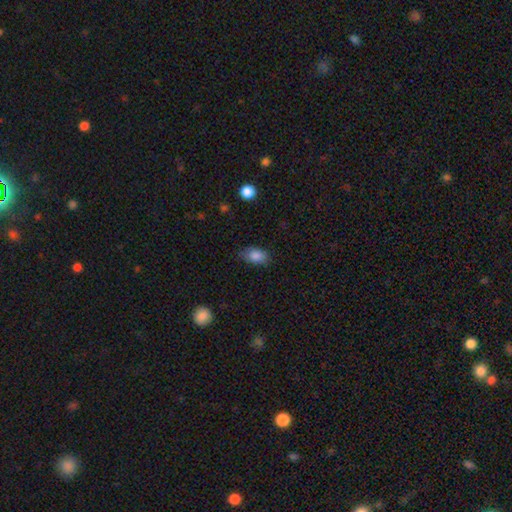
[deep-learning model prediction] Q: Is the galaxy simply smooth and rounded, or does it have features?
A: smooth — 86%.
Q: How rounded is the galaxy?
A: in between — 87%.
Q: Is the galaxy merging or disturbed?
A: none — 70%.